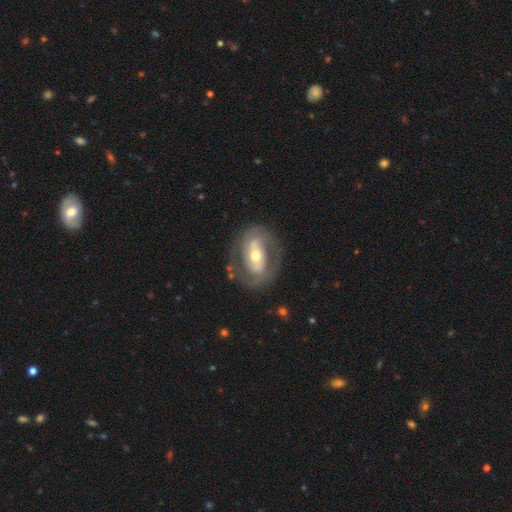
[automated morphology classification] Smooth or featured? Predicted: featured or disk (p=0.74). Edge-on disk? Predicted: no (p=0.94). Bar? Predicted: strong (p=0.40). Spiral arms? Predicted: yes (p=0.67). Bulge size? Predicted: moderate (p=0.64). Merging? Predicted: none (p=0.74).